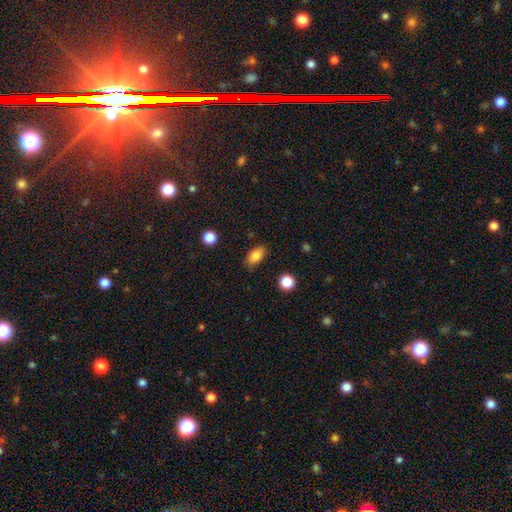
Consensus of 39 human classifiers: This appears to be a smooth galaxy with no disk features (79%) that is in between round and cigar-shaped (77%). Merging: none (66%).